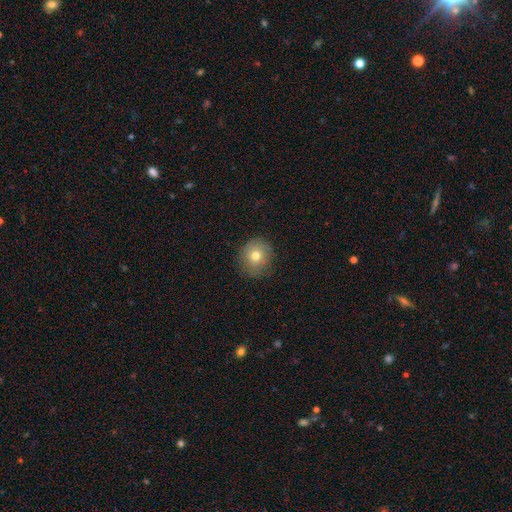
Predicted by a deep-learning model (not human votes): Overall: smooth (74%). How rounded: round (86%). Merging: none (82%).